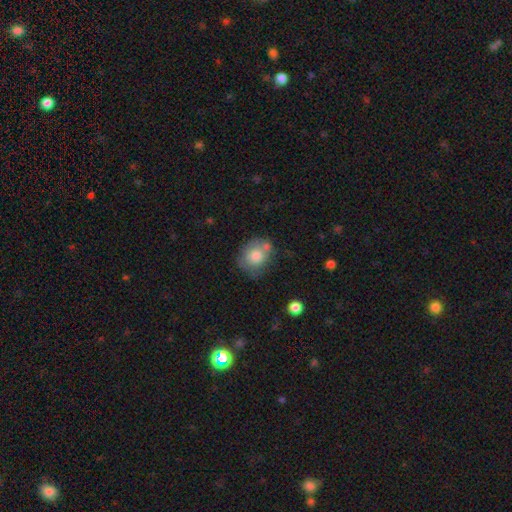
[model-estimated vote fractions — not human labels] smooth_or_featured: smooth (p=0.75) [alt: featured or disk p=0.17]
how_rounded: round (p=0.67) [alt: in between p=0.32]
merging: none (p=0.52) [alt: minor disturbance p=0.24]